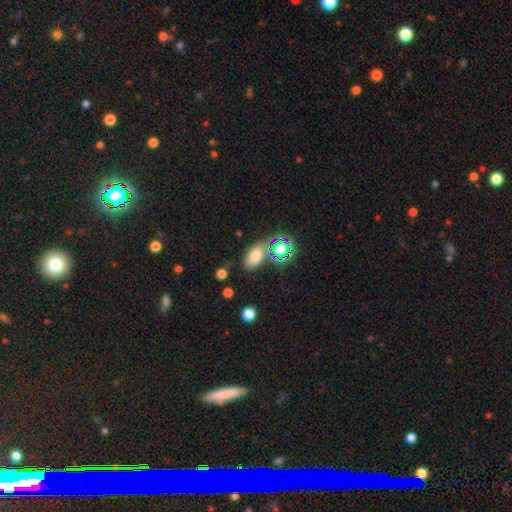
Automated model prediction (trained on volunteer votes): Overall: smooth (74%). How rounded: in between (87%). Merging: none (70%).